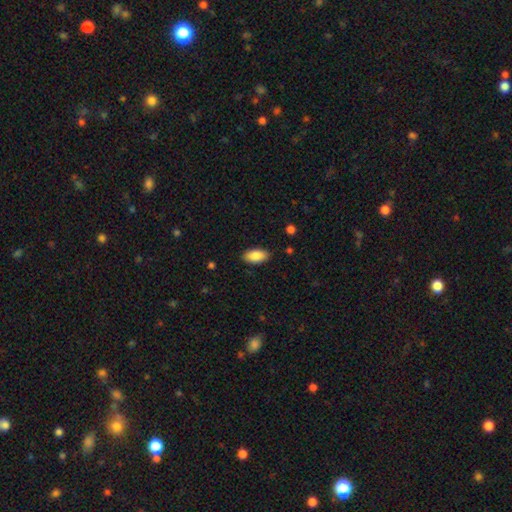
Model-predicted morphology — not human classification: Smooth or featured?
  - smooth: 88% *
  - star or artifact: 6%
  - featured or disk: 6%
How rounded?
  - in between: 94% *
  - cigar-shaped: 4%
  - round: 2%
Merging?
  - none: 87% *
  - minor disturbance: 10%
  - major disturbance: 2%
  - merger: 1%